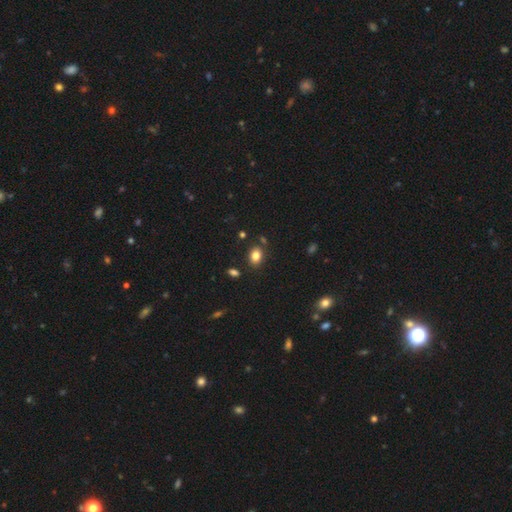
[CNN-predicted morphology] Smooth or featured? Predicted: smooth (p=0.82). How rounded? Predicted: in between (p=0.68). Merging? Predicted: none (p=0.81).